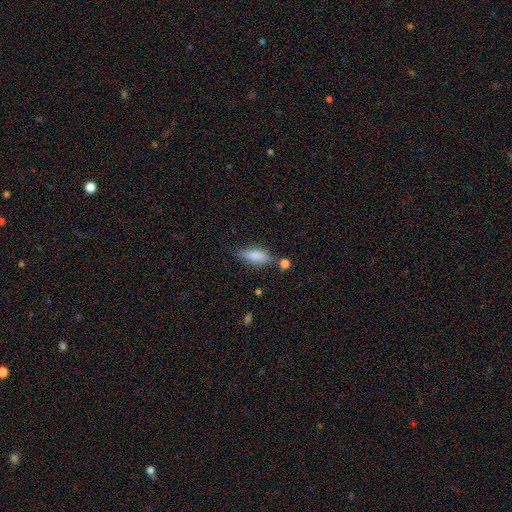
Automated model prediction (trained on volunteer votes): Smooth or featured? Predicted: smooth (p=0.81). How rounded? Predicted: in between (p=0.77). Merging? Predicted: none (p=0.60).